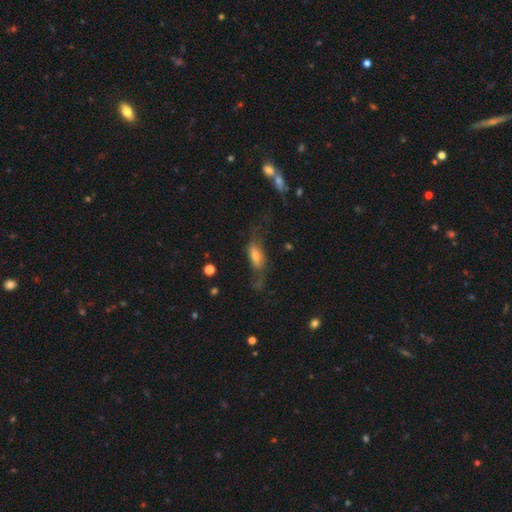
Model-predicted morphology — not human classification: Smooth or featured? Predicted: smooth (p=0.50). Merging? Predicted: none (p=0.40).